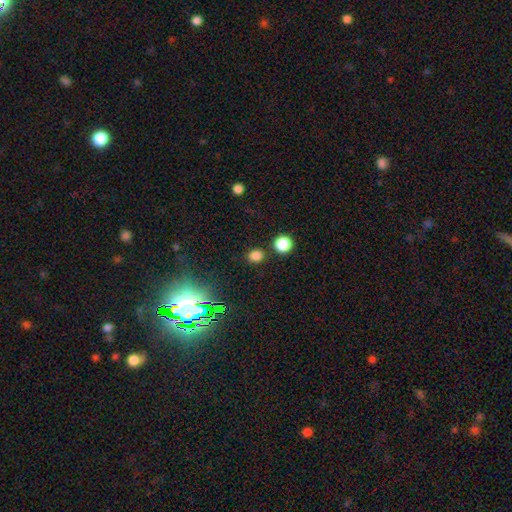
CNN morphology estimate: smooth_or_featured: smooth (p=0.77) [alt: star or artifact p=0.19]
how_rounded: round (p=0.70) [alt: in between p=0.29]
merging: none (p=0.82) [alt: minor disturbance p=0.08]